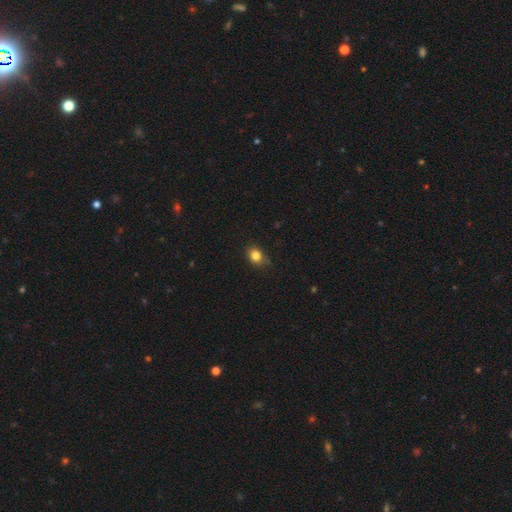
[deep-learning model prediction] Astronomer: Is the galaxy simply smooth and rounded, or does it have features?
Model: smooth — 83%.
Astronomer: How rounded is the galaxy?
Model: round — 51% (runner-up: in between, 48%).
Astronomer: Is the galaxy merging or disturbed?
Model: none — 79%.